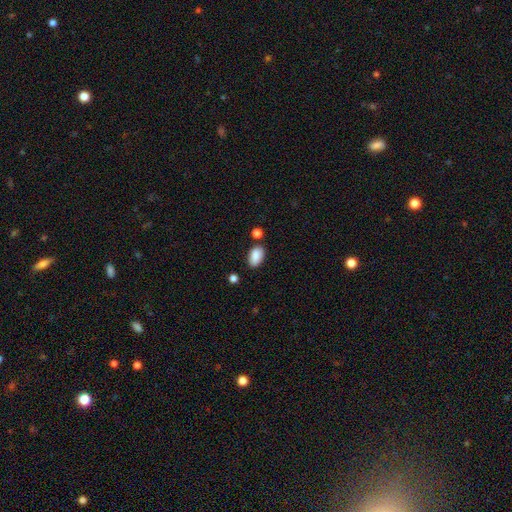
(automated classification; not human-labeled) This is clearly a smooth galaxy (88%). How rounded: clearly in between (92%). Merging: likely none (78%).